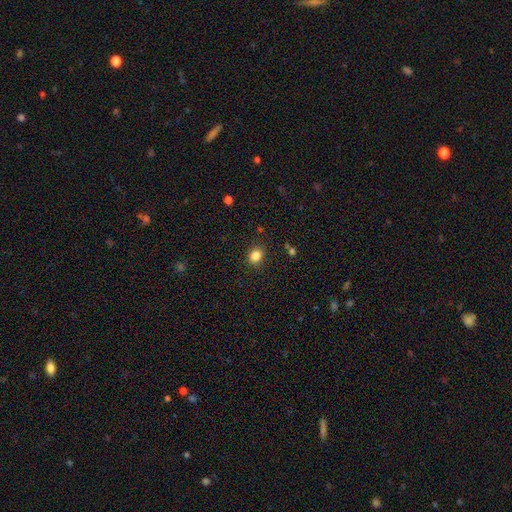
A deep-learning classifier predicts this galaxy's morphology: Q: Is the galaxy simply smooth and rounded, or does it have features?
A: smooth — 84%.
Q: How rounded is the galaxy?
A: round — 59%.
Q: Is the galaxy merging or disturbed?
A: none — 86%.